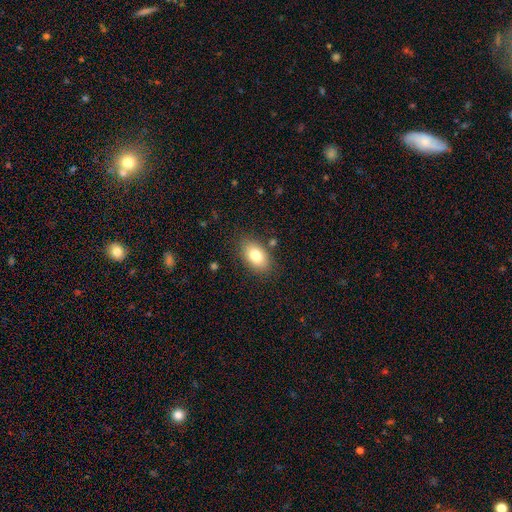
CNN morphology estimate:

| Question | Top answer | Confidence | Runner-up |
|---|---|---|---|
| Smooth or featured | smooth | 79% | featured or disk (13%) |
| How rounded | in between | 89% | round (9%) |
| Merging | none | 82% | minor disturbance (12%) |